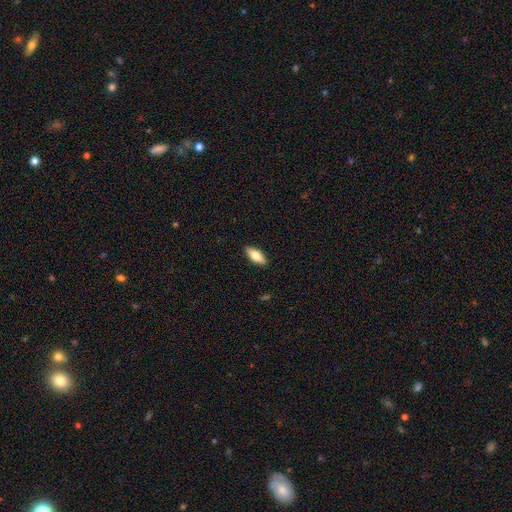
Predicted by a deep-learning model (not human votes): Smooth or featured? smooth (73%)
How rounded? in between (77%)
Merging? none (90%)